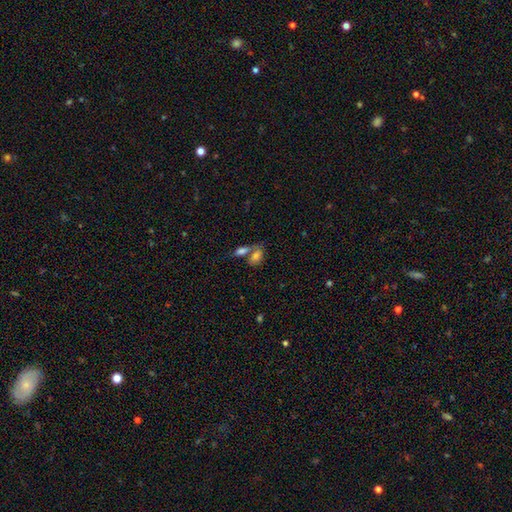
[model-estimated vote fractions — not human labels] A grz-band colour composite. It shows a smooth galaxy with no disk features (73%) that is in between round and cigar-shaped (86%). Merging: merger (48%).